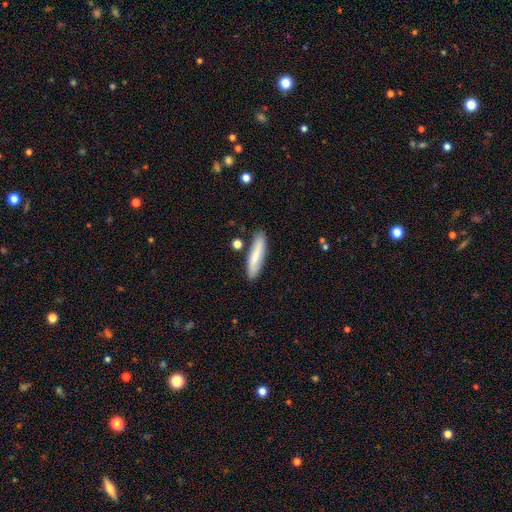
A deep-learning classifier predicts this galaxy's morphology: The model was most divided on "smooth or featured": smooth: 74%, featured or disk: 20%, star or artifact: 6%. More confident: merging — none (82%); how rounded — cigar-shaped (80%).